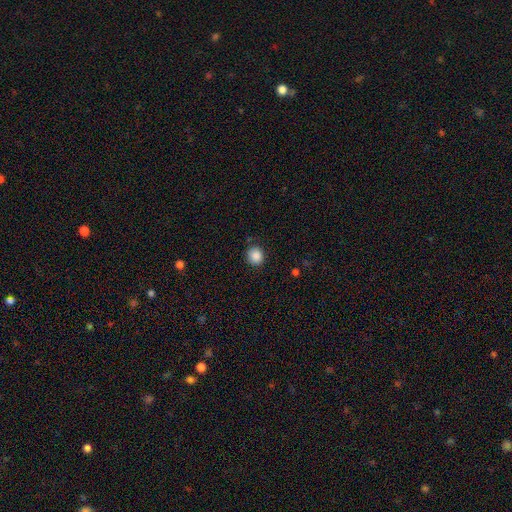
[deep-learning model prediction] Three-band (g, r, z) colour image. It shows a smooth galaxy with no disk features (87%) that is round (83%). Merging: none (84%).